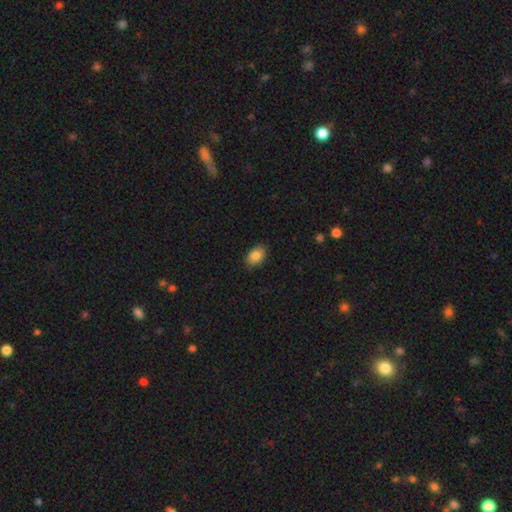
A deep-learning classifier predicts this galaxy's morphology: Smooth or featured? smooth (85%)
How rounded? in between (87%)
Merging? none (87%)